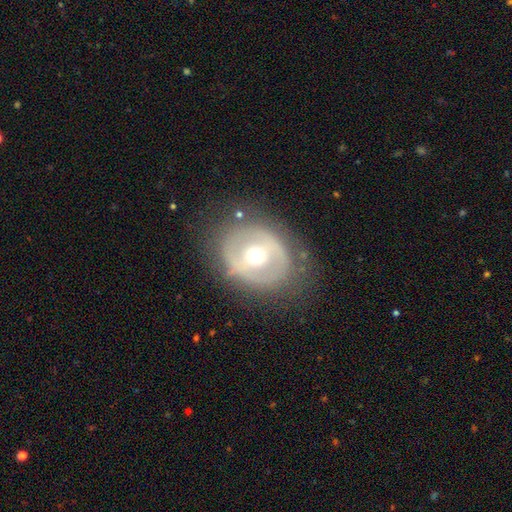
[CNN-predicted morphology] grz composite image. It shows a featured or disk galaxy (65%) with no bar (47%), no spiral arms (75%) and a moderate central bulge (61%). Merging: none (75%).